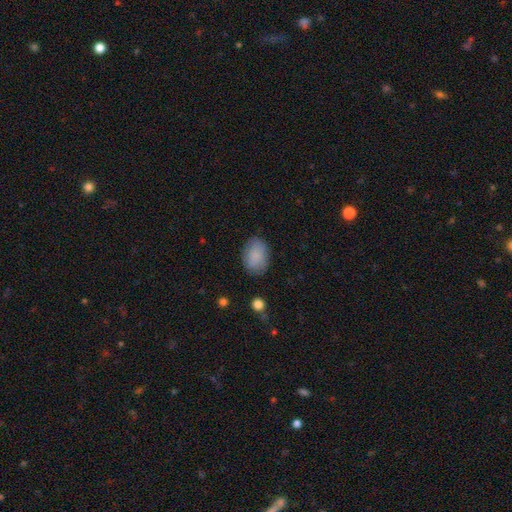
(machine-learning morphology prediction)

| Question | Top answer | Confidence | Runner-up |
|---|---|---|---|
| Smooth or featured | smooth | 85% | featured or disk (8%) |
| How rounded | in between | 78% | round (21%) |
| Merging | none | 79% | minor disturbance (16%) |